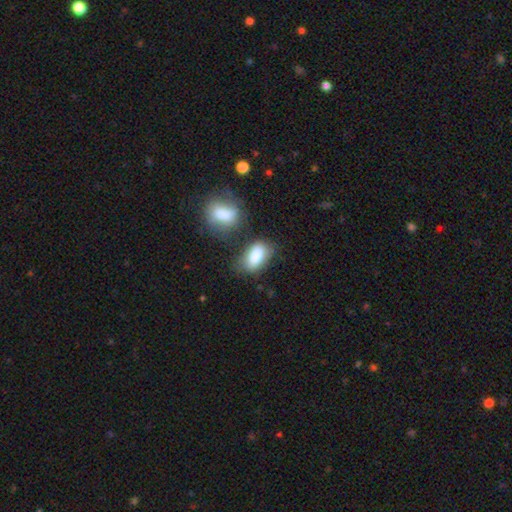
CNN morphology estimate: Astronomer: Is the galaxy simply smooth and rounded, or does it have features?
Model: smooth — 83%.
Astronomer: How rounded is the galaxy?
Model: in between — 91%.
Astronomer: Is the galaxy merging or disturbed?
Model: none — 59%.